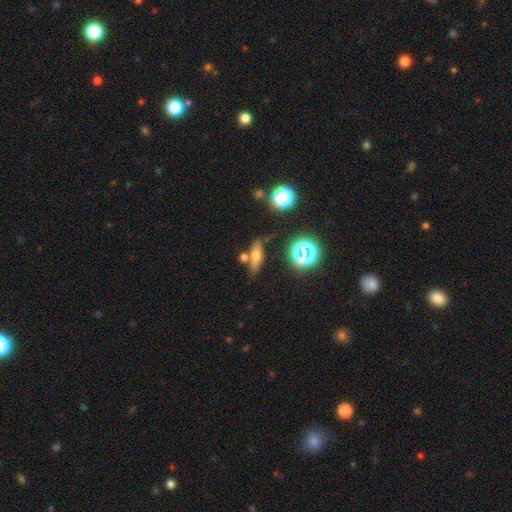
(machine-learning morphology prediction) A smooth galaxy with no disk features (54%) that is cigar-shaped (48%).

Vote fractions:
- Smooth or featured? smooth: 54% / featured or disk: 28% / star or artifact: 18%
- How rounded? cigar-shaped: 48% / in between: 42% / round: 10%
- Merging? none: 69% / minor disturbance: 13% / merger: 13% / major disturbance: 5%